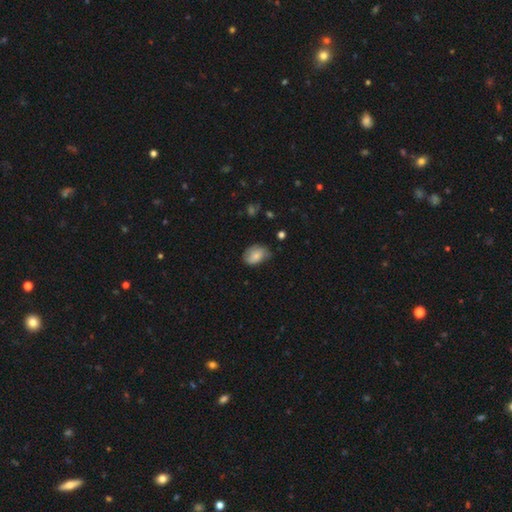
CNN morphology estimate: type=smooth (77%); roundness=in between (80%); merging=none (52%).